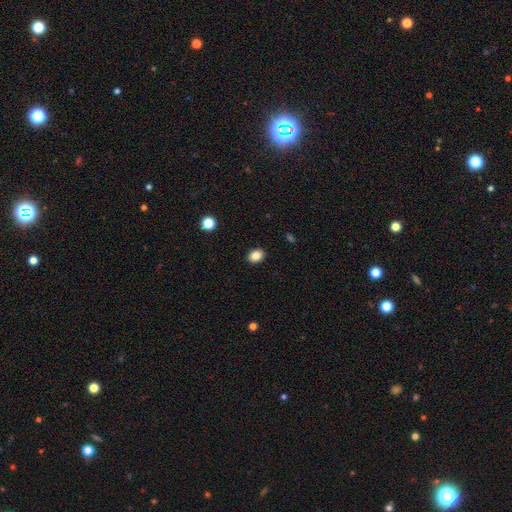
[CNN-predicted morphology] Q: Smooth or featured?
A: smooth (86%); runner-up: star or artifact (10%)
Q: How rounded?
A: in between (59%); runner-up: round (40%)
Q: Merging?
A: none (90%); runner-up: minor disturbance (7%)